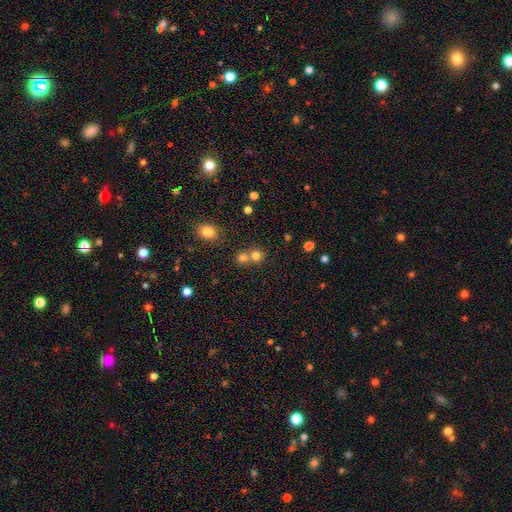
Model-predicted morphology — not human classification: This appears to be a smooth galaxy with no disk features (76%) that is round (87%). Merging: none (52%).